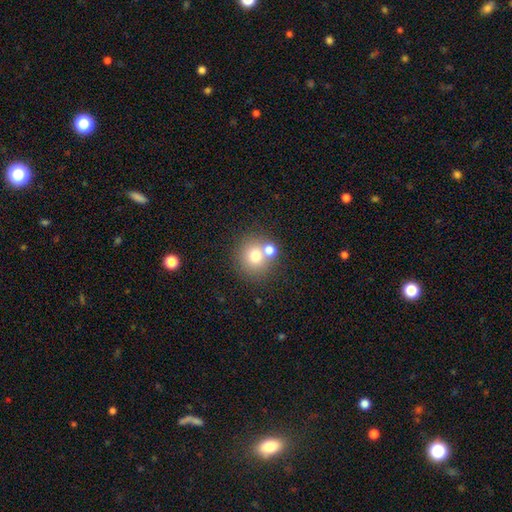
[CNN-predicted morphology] Smooth or featured?
  - smooth: 72% *
  - featured or disk: 15%
  - star or artifact: 13%
How rounded?
  - round: 89% *
  - in between: 10%
  - cigar-shaped: 1%
Merging?
  - none: 58% *
  - merger: 32%
  - minor disturbance: 7%
  - major disturbance: 3%